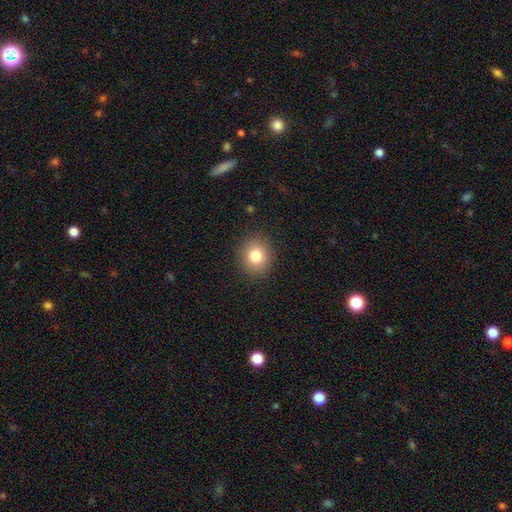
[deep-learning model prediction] A smooth galaxy with no disk features (81%) that is round (80%).

Vote fractions:
- Smooth or featured? smooth: 81% / star or artifact: 10% / featured or disk: 8%
- How rounded? round: 80% / in between: 20% / cigar-shaped: 1%
- Merging? none: 90% / minor disturbance: 7% / major disturbance: 2% / merger: 1%